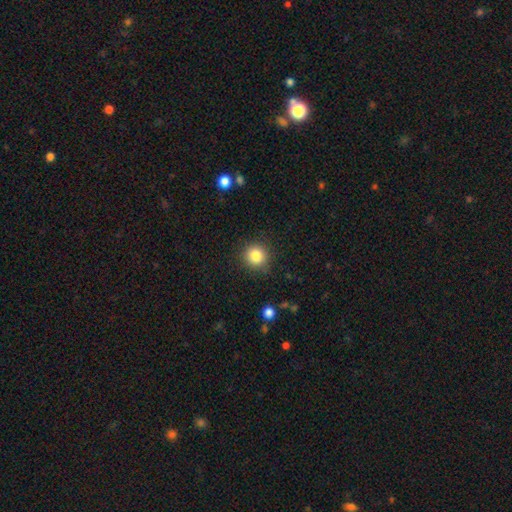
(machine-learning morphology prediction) Smooth or featured?
  - smooth: 84% *
  - star or artifact: 10%
  - featured or disk: 5%
How rounded?
  - round: 92% *
  - in between: 7%
  - cigar-shaped: 1%
Merging?
  - none: 88% *
  - minor disturbance: 8%
  - major disturbance: 3%
  - merger: 1%